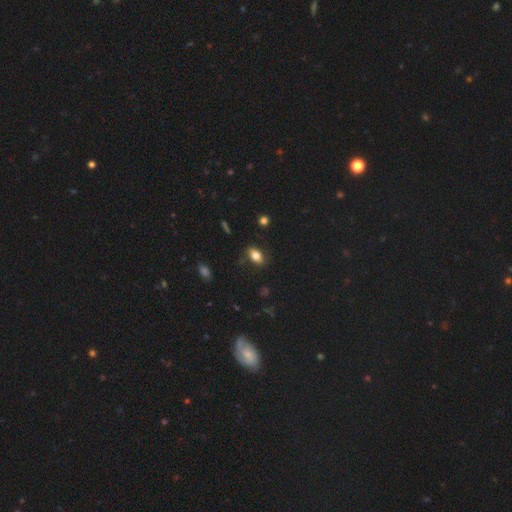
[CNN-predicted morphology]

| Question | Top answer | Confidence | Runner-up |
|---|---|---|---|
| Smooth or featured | smooth | 77% | featured or disk (13%) |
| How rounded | in between | 83% | round (13%) |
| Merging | none | 82% | minor disturbance (14%) |